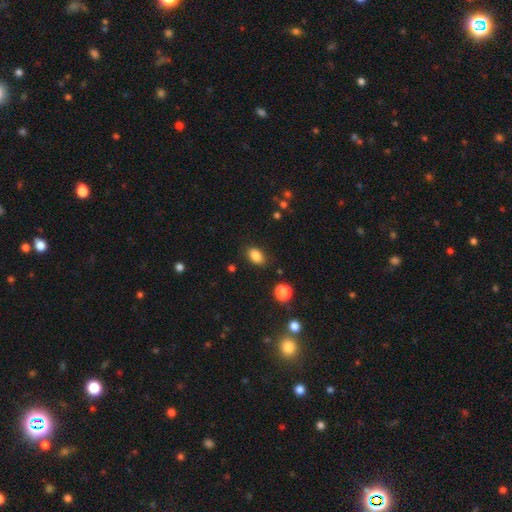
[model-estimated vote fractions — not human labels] Smooth or featured? Predicted: smooth (p=0.85). How rounded? Predicted: in between (p=0.85). Merging? Predicted: none (p=0.82).